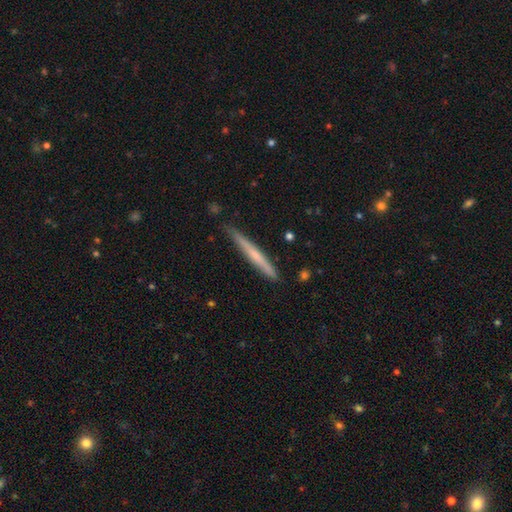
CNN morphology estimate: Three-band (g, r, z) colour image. It shows a smooth galaxy with no disk features (48%). Merging: none (84%).